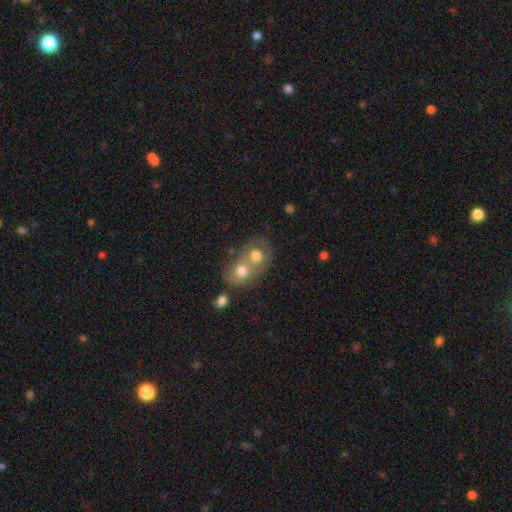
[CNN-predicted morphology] smooth-or-featured: smooth: 67% | featured or disk: 23% | star or artifact: 10%
  how-rounded: round: 66% | in between: 33% | cigar-shaped: 1%
  merging: merger: 68% | none: 22% | minor disturbance: 6% | major disturbance: 4%